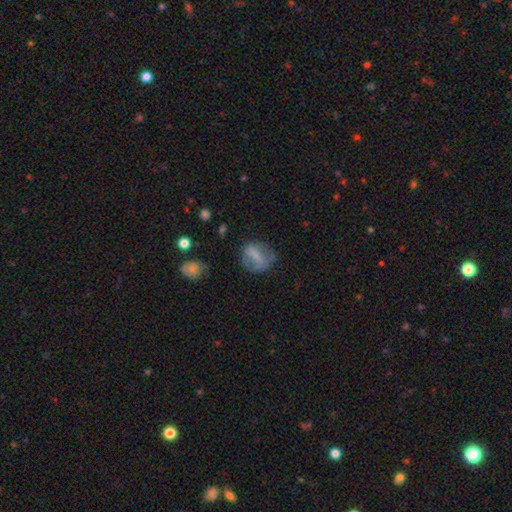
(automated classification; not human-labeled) smooth-or-featured: smooth: 56% | featured or disk: 34% | star or artifact: 10%
  how-rounded: in between: 53% | round: 40% | cigar-shaped: 7%
  merging: none: 59% | minor disturbance: 23% | major disturbance: 15% | merger: 3%